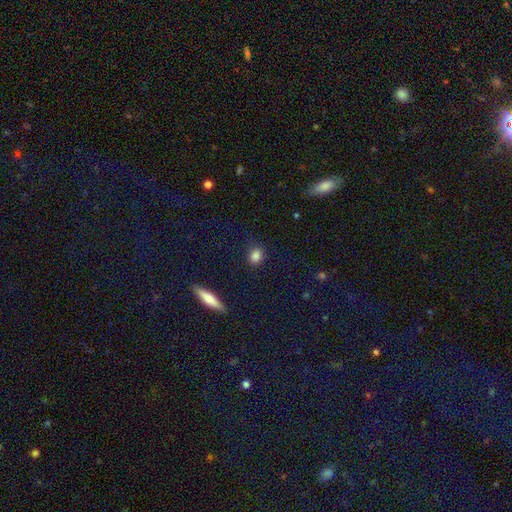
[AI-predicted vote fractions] smooth-or-featured: smooth: 84% | star or artifact: 10% | featured or disk: 6%
  how-rounded: in between: 51% | round: 46% | cigar-shaped: 3%
  merging: none: 87% | minor disturbance: 10% | major disturbance: 2% | merger: 2%